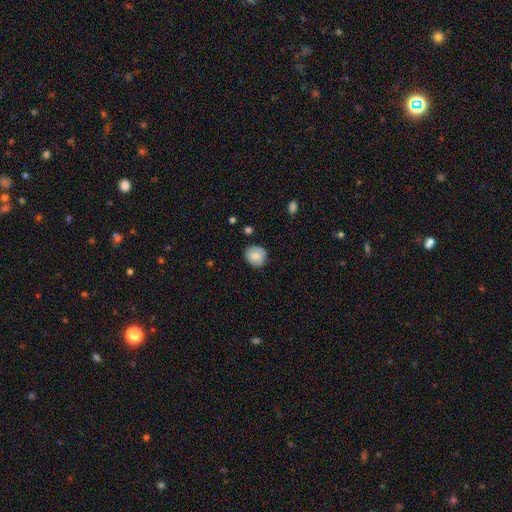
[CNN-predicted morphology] Smooth or featured? Predicted: smooth (p=0.77). How rounded? Predicted: round (p=0.78). Merging? Predicted: none (p=0.78).